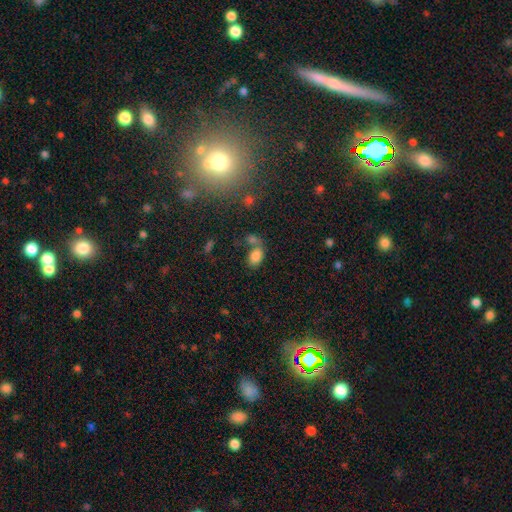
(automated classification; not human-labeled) smooth_or_featured: smooth (p=0.82) [alt: star or artifact p=0.11]
how_rounded: in between (p=0.87) [alt: round p=0.11]
merging: none (p=0.45) [alt: merger p=0.35]